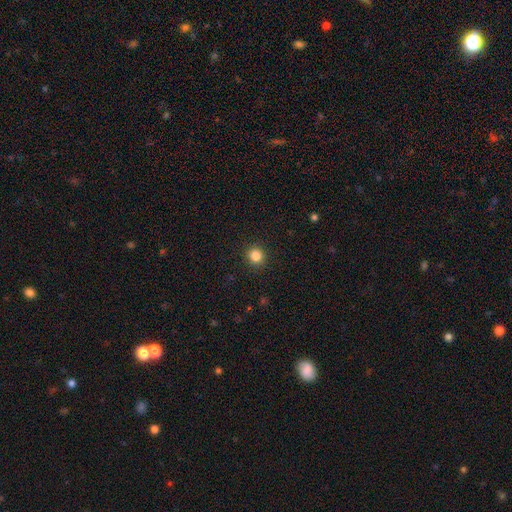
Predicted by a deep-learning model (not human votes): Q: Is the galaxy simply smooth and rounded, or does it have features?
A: smooth — 85%.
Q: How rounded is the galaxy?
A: round — 90%.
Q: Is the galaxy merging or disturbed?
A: none — 92%.